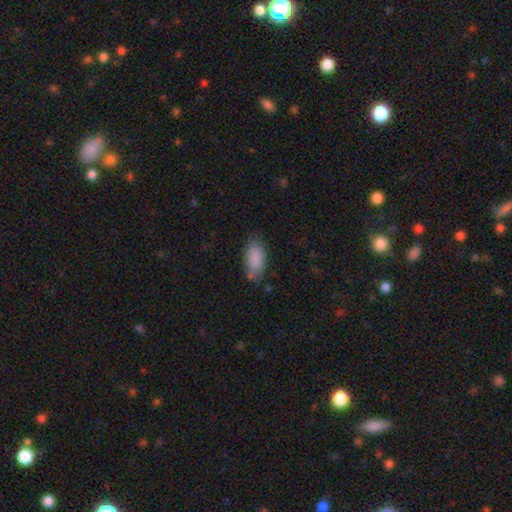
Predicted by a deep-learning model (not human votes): Smooth or featured?
  - smooth: 86% *
  - star or artifact: 7%
  - featured or disk: 6%
How rounded?
  - in between: 89% *
  - cigar-shaped: 8%
  - round: 2%
Merging?
  - none: 75% *
  - minor disturbance: 18%
  - major disturbance: 4%
  - merger: 3%